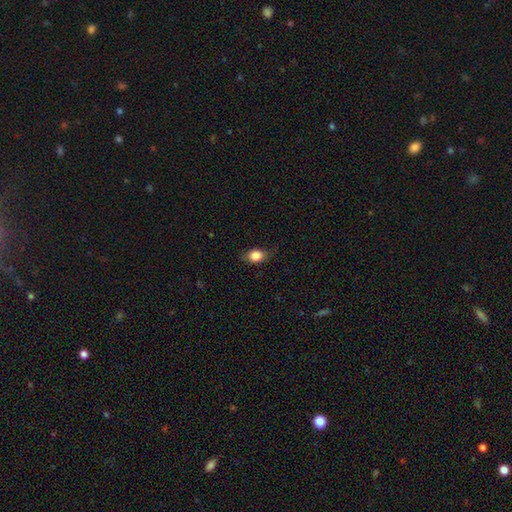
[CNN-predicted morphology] smooth_or_featured: smooth (p=0.84) [alt: star or artifact p=0.09]
how_rounded: in between (p=0.73) [alt: round p=0.25]
merging: none (p=0.78) [alt: minor disturbance p=0.17]